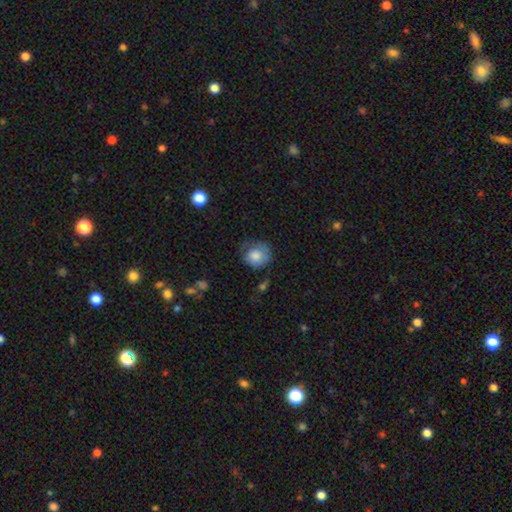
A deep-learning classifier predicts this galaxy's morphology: This is likely a smooth galaxy (79%). How rounded: clearly round (82%). Merging: possibly none (55%).